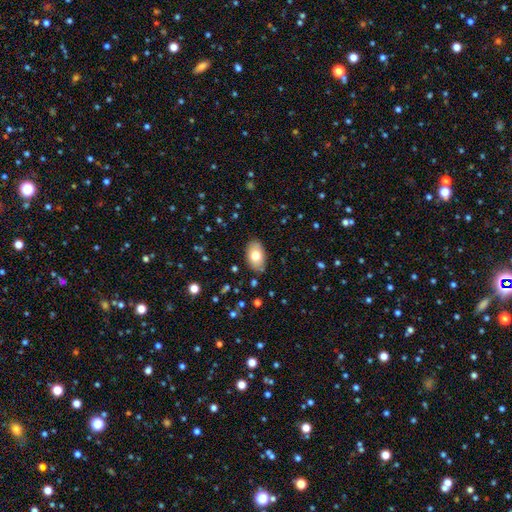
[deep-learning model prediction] Smooth or featured? smooth (76%)
How rounded? in between (91%)
Merging? none (84%)